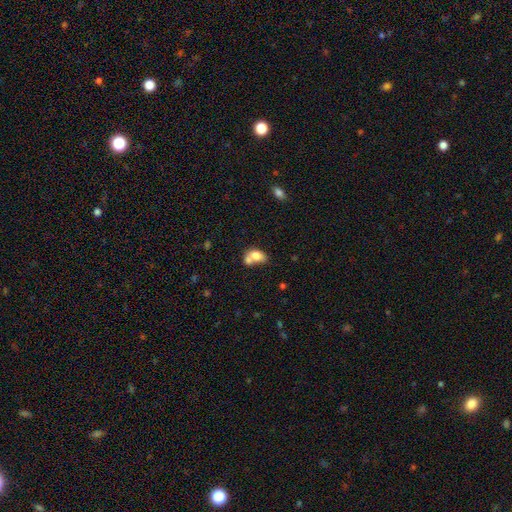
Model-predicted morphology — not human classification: Smooth or featured?
  - smooth: 74% *
  - featured or disk: 18%
  - star or artifact: 8%
How rounded?
  - in between: 77% *
  - round: 22%
  - cigar-shaped: 2%
Merging?
  - merger: 61% *
  - none: 23%
  - minor disturbance: 10%
  - major disturbance: 5%